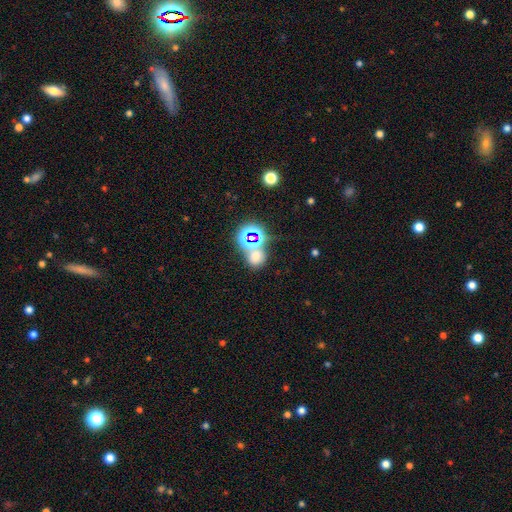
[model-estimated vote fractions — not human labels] Q: Smooth or featured?
A: smooth (52%); runner-up: star or artifact (40%)
Q: How rounded?
A: round (67%); runner-up: in between (32%)
Q: Merging?
A: none (58%); runner-up: merger (26%)